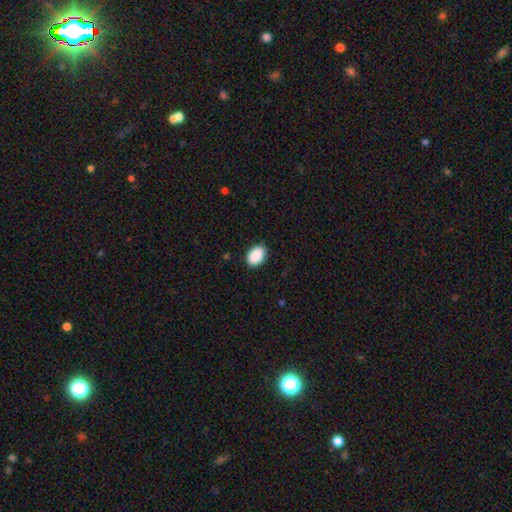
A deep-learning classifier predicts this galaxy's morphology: Smooth or featured?
  - smooth: 91% *
  - star or artifact: 7%
  - featured or disk: 2%
How rounded?
  - in between: 85% *
  - round: 14%
  - cigar-shaped: 1%
Merging?
  - none: 87% *
  - minor disturbance: 10%
  - major disturbance: 2%
  - merger: 1%